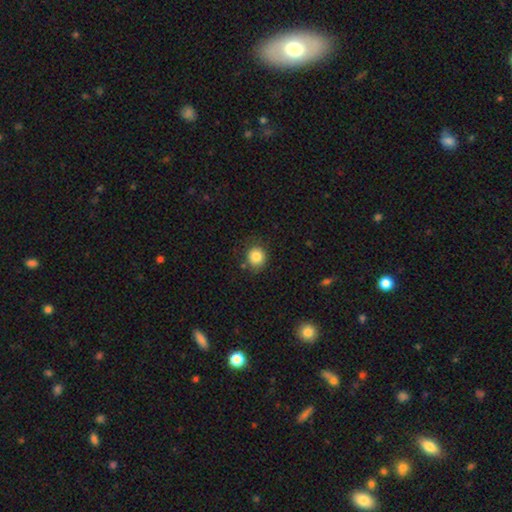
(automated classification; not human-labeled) Smooth or featured? smooth (84%)
How rounded? round (81%)
Merging? none (78%)